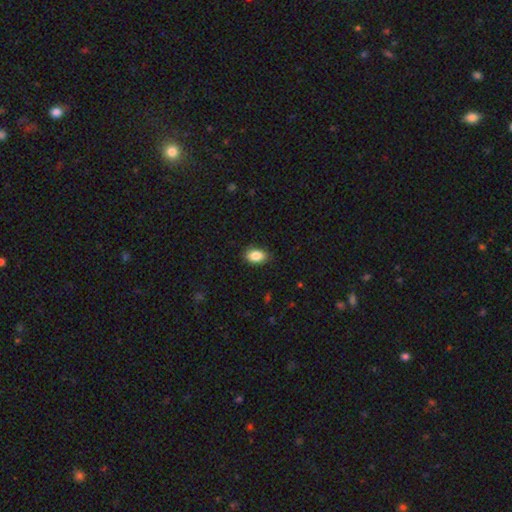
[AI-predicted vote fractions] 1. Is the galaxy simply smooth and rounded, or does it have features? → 87% smooth, 8% star or artifact, 6% featured or disk.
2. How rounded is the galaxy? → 89% in between, 10% round, 2% cigar-shaped.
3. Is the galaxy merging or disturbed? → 85% none, 11% minor disturbance, 2% major disturbance, 1% merger.